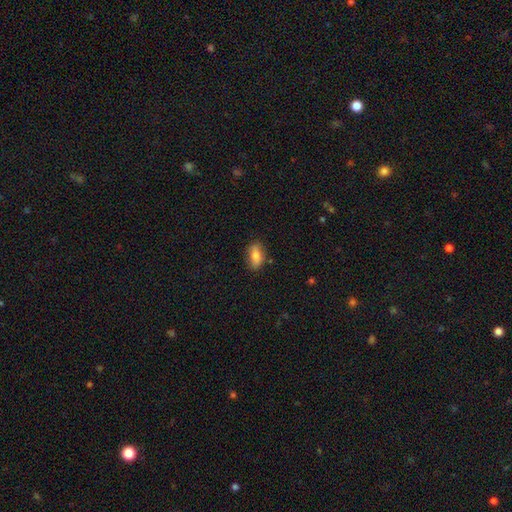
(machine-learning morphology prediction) This is likely a smooth galaxy (79%). How rounded: clearly in between (87%). Merging: clearly none (81%).